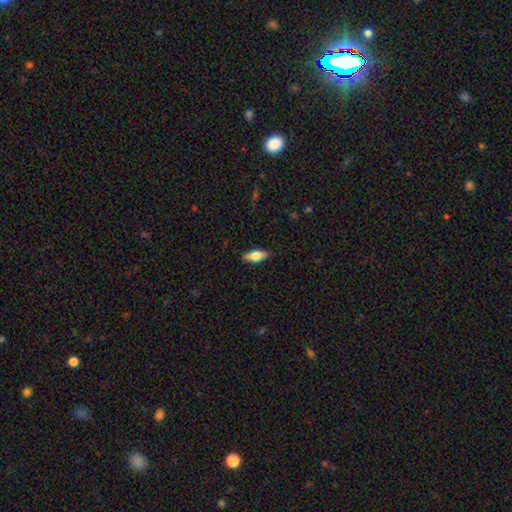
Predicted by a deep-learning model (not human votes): Morphology: type=smooth (68%); roundness=in between (75%); merging=none (86%).